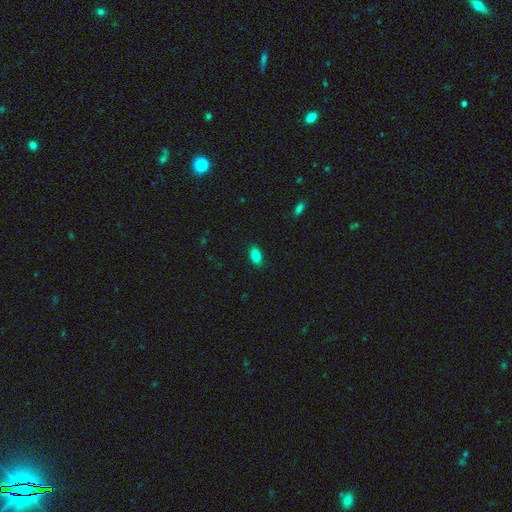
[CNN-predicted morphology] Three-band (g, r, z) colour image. It shows a smooth galaxy with no disk features (83%) that is in between round and cigar-shaped (89%). Merging: none (88%).